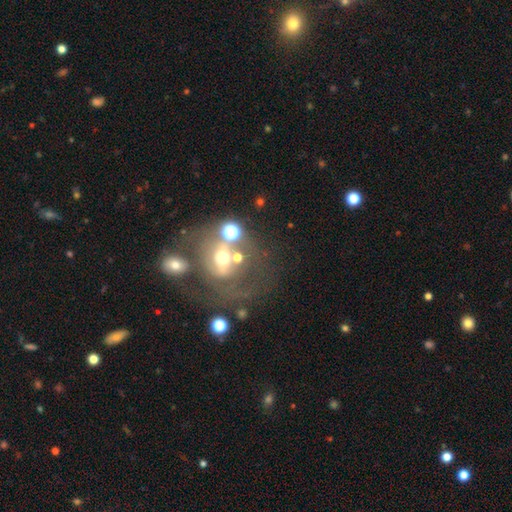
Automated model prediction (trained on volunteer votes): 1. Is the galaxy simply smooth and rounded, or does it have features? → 37% star or artifact, 35% featured or disk, 27% smooth.